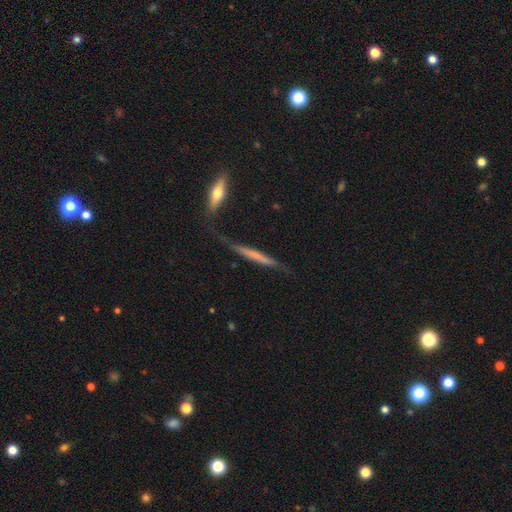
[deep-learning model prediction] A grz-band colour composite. It shows a featured or disk galaxy (51%) viewed edge-on (92%). Merging: none (67%).